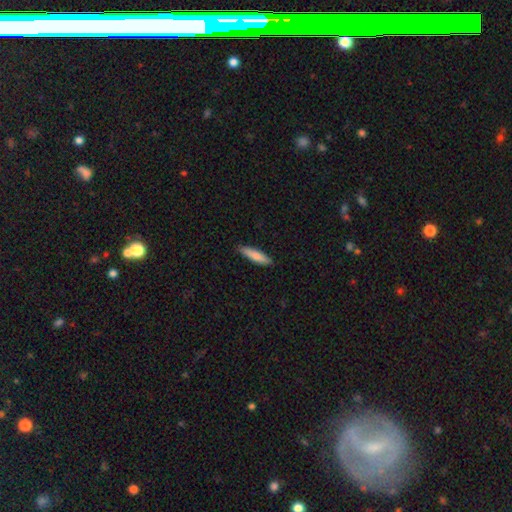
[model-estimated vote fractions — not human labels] Q: Smooth or featured?
A: smooth (82%); runner-up: featured or disk (13%)
Q: How rounded?
A: cigar-shaped (78%); runner-up: in between (21%)
Q: Merging?
A: none (88%); runner-up: minor disturbance (9%)